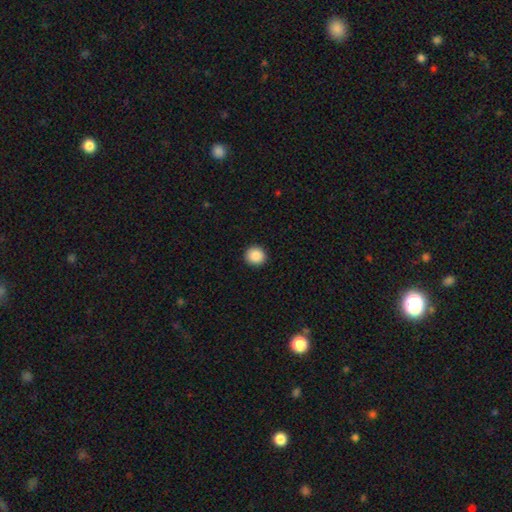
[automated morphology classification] smooth-or-featured: smooth: 88% | star or artifact: 8% | featured or disk: 3%
  how-rounded: round: 93% | in between: 6% | cigar-shaped: 1%
  merging: none: 93% | minor disturbance: 4% | major disturbance: 1% | merger: 1%